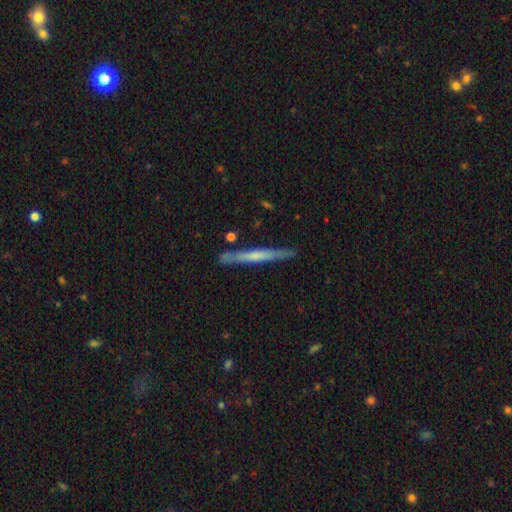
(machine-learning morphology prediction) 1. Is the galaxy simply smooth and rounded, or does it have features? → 51% featured or disk, 43% smooth, 6% star or artifact.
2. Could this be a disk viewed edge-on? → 95% yes, 5% no.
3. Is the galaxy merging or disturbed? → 85% none, 11% minor disturbance, 2% merger, 2% major disturbance.